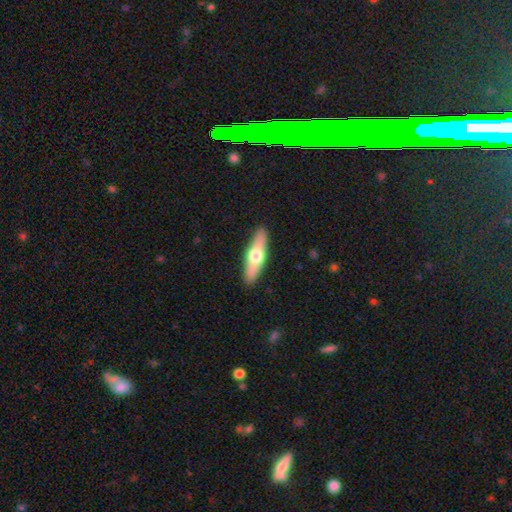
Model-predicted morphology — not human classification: This appears to be a smooth galaxy with no disk features (49%). Merging: none (90%).